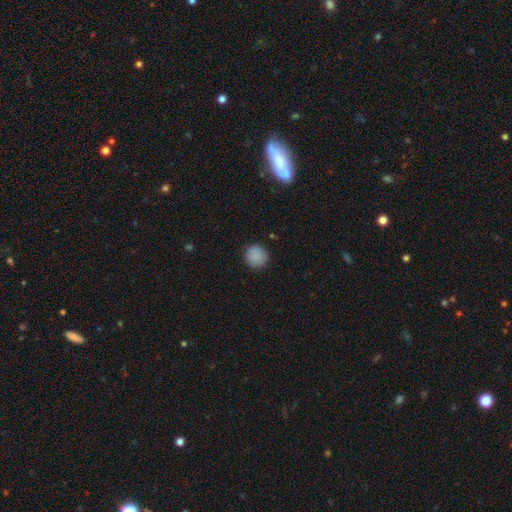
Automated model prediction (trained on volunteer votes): Q: Smooth or featured?
A: smooth (88%); runner-up: star or artifact (8%)
Q: How rounded?
A: round (94%); runner-up: in between (5%)
Q: Merging?
A: none (90%); runner-up: minor disturbance (7%)